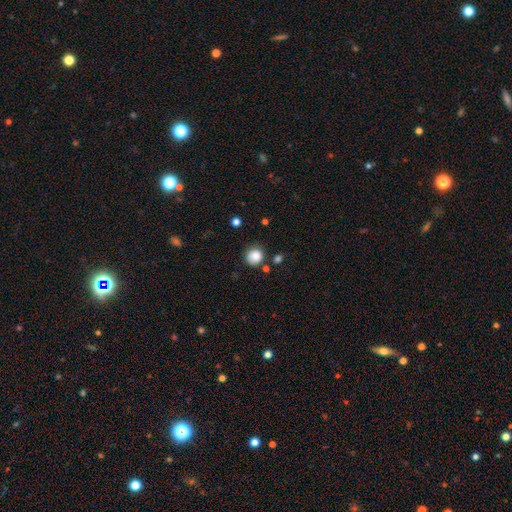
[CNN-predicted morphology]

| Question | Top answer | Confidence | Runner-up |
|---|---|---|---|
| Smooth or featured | smooth | 84% | star or artifact (10%) |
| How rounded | round | 87% | in between (12%) |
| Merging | none | 76% | minor disturbance (15%) |